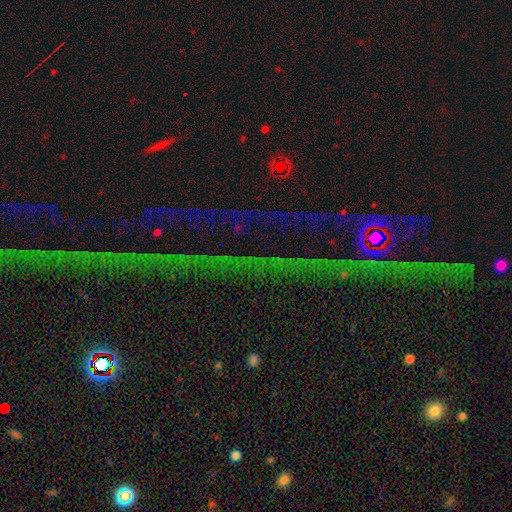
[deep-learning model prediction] Smooth or featured?
  - star or artifact: 81% *
  - featured or disk: 10%
  - smooth: 9%